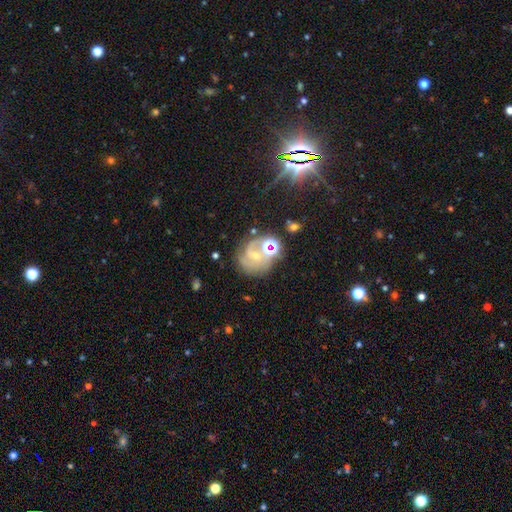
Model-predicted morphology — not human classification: Smooth or featured: featured or disk — 55% (smooth — 26%)
Edge-on disk: no — 97% (yes — 3%)
Bar: no — 50% (weak — 37%)
Spiral arms: yes — 83% (no — 17%)
Bulge size: small — 58% (moderate — 34%)
Merging: none — 52% (minor disturbance — 19%)